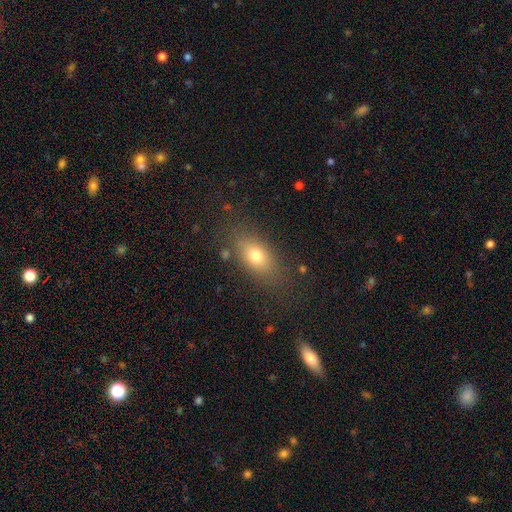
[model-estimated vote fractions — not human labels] Q: Smooth or featured?
A: smooth (73%); runner-up: featured or disk (16%)
Q: How rounded?
A: in between (77%); runner-up: round (15%)
Q: Merging?
A: none (79%); runner-up: minor disturbance (13%)